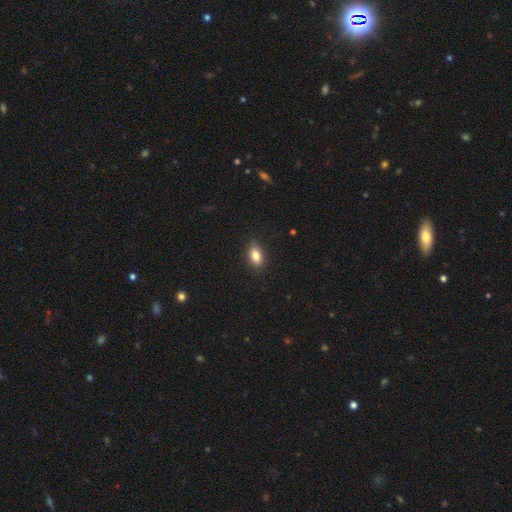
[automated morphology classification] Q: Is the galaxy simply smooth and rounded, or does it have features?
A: smooth — 82%.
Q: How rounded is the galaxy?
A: in between — 85%.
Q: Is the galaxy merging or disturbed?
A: none — 84%.